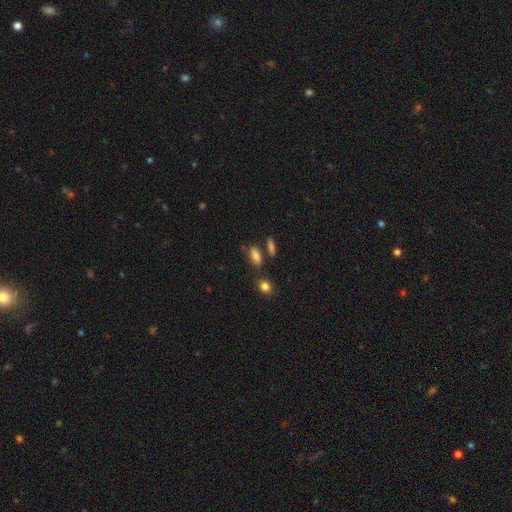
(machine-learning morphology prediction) smooth 83%, star or artifact 10%, featured or disk 7%. Down the decision tree: how rounded — in between (80%); merging — none (68%).